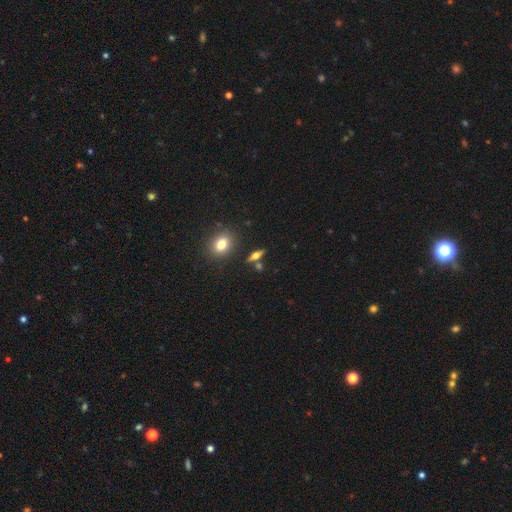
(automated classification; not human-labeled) Smooth or featured? Predicted: smooth (p=0.44). Merging? Predicted: none (p=0.76).